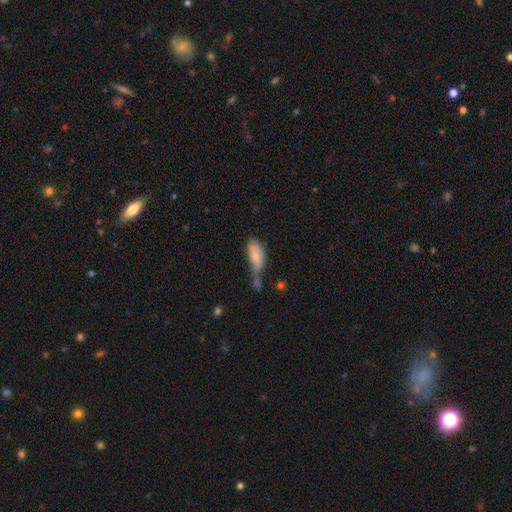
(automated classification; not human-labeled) smooth_or_featured: smooth (p=0.76) [alt: featured or disk p=0.16]
how_rounded: in between (p=0.83) [alt: cigar-shaped p=0.13]
merging: merger (p=0.30) [alt: major disturbance p=0.24]